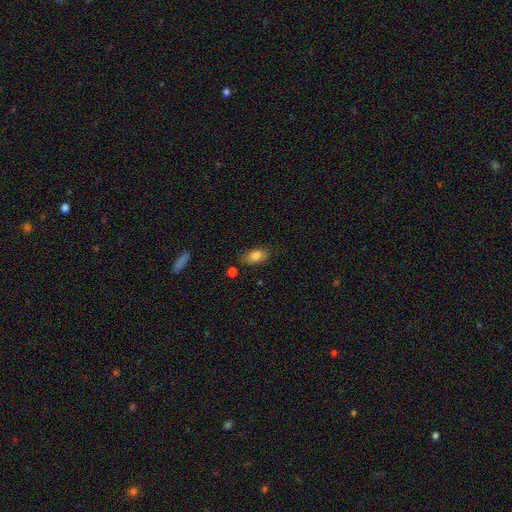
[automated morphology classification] type=smooth (82%); roundness=in between (88%); merging=none (78%).